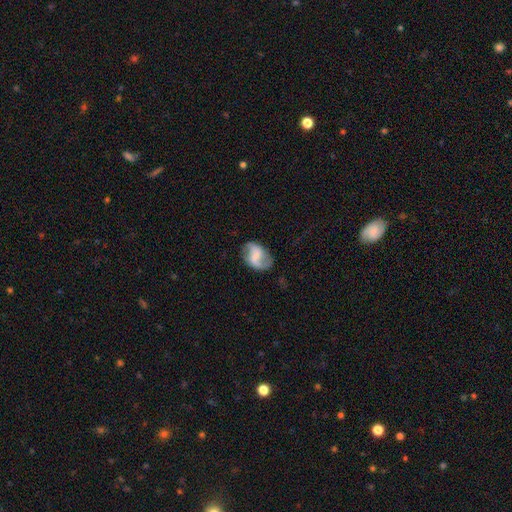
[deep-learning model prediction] smooth-or-featured: featured or disk: 65% | smooth: 28% | star or artifact: 8%
  disk-edge-on: no: 97% | yes: 3%
    bar: weak: 44% | no: 30% | strong: 26%
    has-spiral-arms: yes: 88% | no: 12%
      spiral-winding: loose: 54% | medium: 34% | tight: 11%
      spiral-arm-count: 2: 86% | can't tell: 6% | 1: 5% | 3: 1% | 4: 1% | more than 4: 1%
    bulge-size: none: 43% | small: 24% | moderate: 20% | large: 11% | dominant: 3%
  merging: none: 68% | minor disturbance: 20% | major disturbance: 10% | merger: 2%